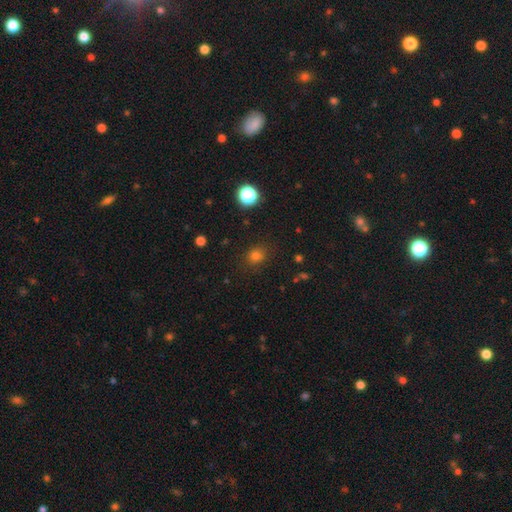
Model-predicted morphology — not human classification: Smooth or featured?
  - smooth: 75% *
  - star or artifact: 20%
  - featured or disk: 5%
How rounded?
  - round: 80% *
  - in between: 19%
  - cigar-shaped: 1%
Merging?
  - none: 86% *
  - minor disturbance: 9%
  - major disturbance: 3%
  - merger: 2%